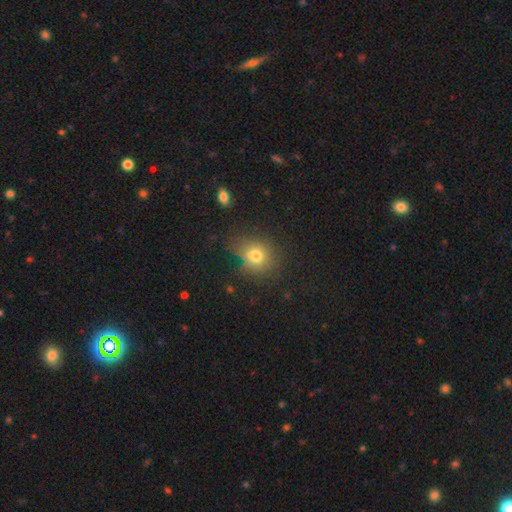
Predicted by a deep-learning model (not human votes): A smooth galaxy with no disk features (73%) that is round (62%).

Vote fractions:
- Smooth or featured? smooth: 73% / star or artifact: 15% / featured or disk: 11%
- How rounded? round: 62% / in between: 37% / cigar-shaped: 1%
- Merging? none: 63% / minor disturbance: 21% / major disturbance: 10% / merger: 5%